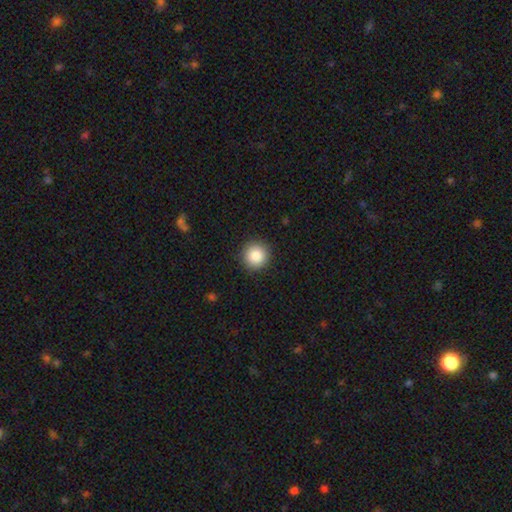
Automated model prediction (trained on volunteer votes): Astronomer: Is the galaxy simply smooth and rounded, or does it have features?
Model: smooth — 87%.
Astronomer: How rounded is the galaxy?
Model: round — 95%.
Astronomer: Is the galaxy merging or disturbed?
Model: none — 92%.